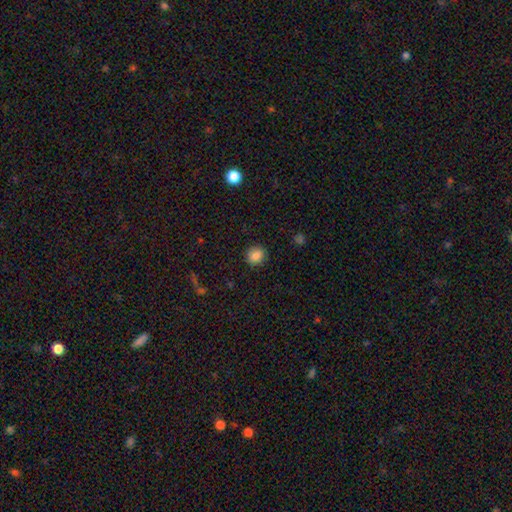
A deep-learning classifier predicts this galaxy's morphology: A smooth galaxy with no disk features (86%) that is round (75%). Merging: none (89%).